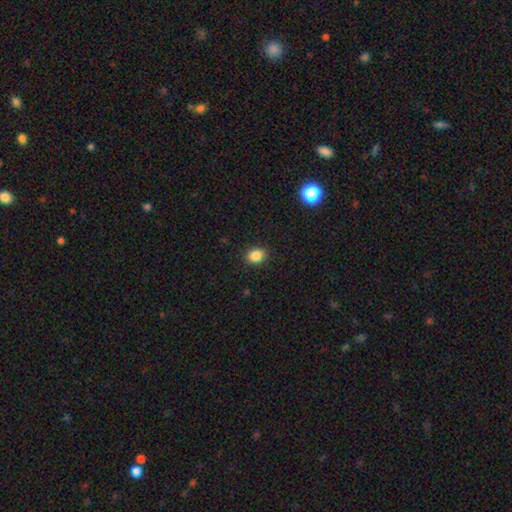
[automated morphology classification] Smooth or featured? Predicted: smooth (p=0.86). How rounded? Predicted: in between (p=0.55). Merging? Predicted: none (p=0.89).